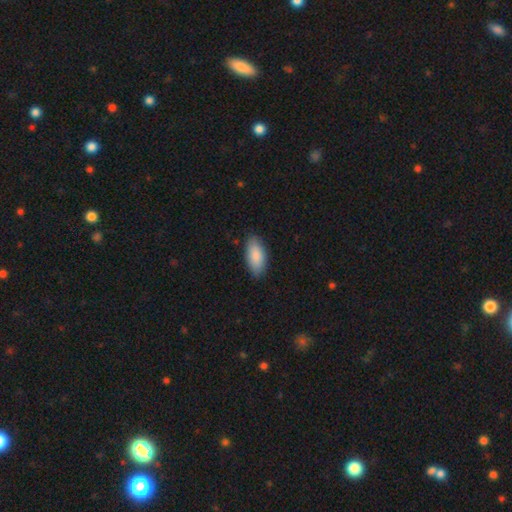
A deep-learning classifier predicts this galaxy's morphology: smooth 87%, featured or disk 7%, star or artifact 6%. Down the decision tree: how rounded — in between (90%); merging — none (85%).